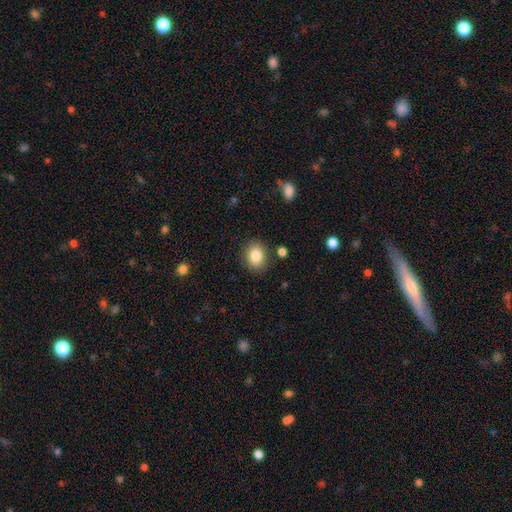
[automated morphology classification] This is clearly a smooth galaxy (85%). How rounded: possibly round (55%). Merging: clearly none (85%).